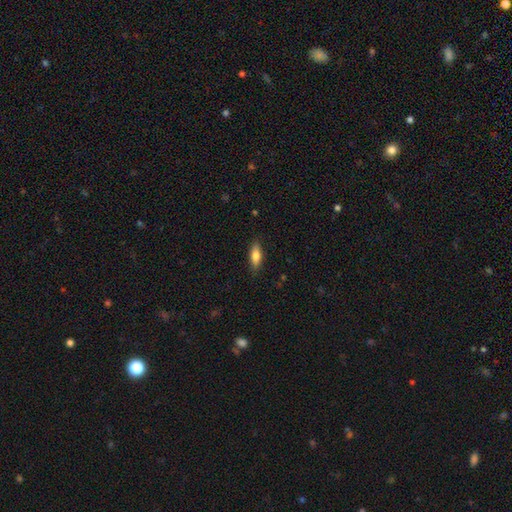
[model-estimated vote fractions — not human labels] Smooth or featured? Predicted: smooth (p=0.77). How rounded? Predicted: in between (p=0.68). Merging? Predicted: none (p=0.86).